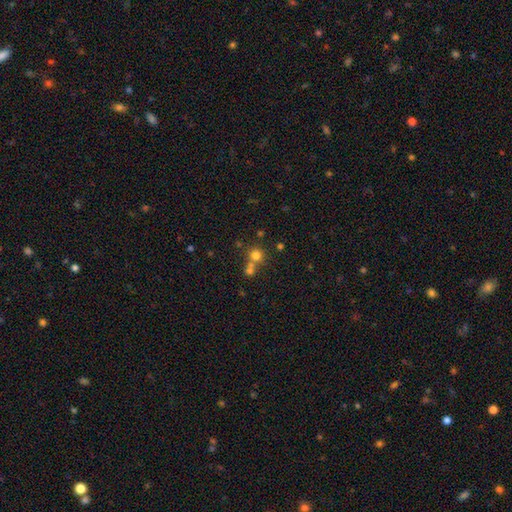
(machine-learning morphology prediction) The model was most divided on "merging": none: 54%, merger: 38%, minor disturbance: 6%, major disturbance: 3%. More confident: how rounded — round (90%); smooth or featured — smooth (72%).